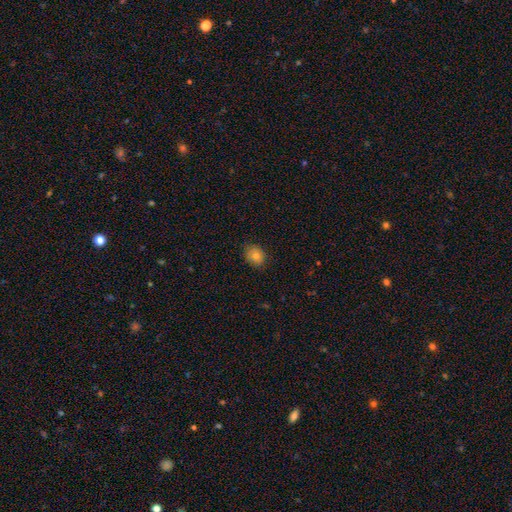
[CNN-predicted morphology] type=smooth (80%); roundness=round (63%); merging=none (84%).